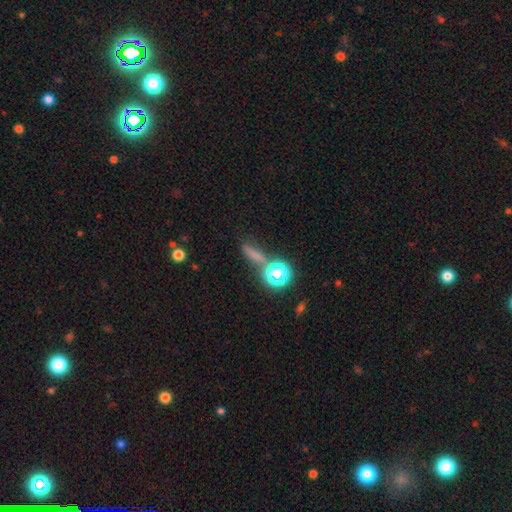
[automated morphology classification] This is possibly a smooth galaxy (57%). How rounded: possibly cigar-shaped (51%). Merging: likely none (64%).